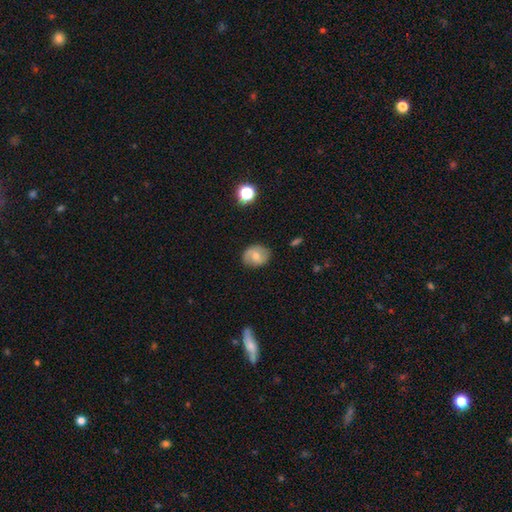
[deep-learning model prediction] smooth-or-featured: smooth: 50% | featured or disk: 41% | star or artifact: 8%
  how-rounded: round: 56% | in between: 43% | cigar-shaped: 1%
  merging: none: 77% | minor disturbance: 17% | major disturbance: 4% | merger: 2%